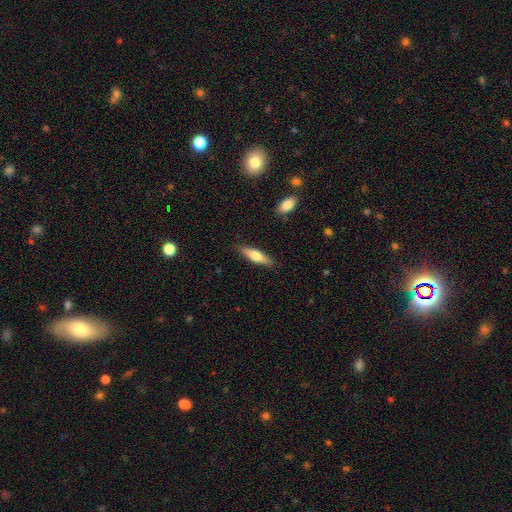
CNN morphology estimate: This appears to be a smooth galaxy with no disk features (63%) that is cigar-shaped (65%). Merging: none (86%).